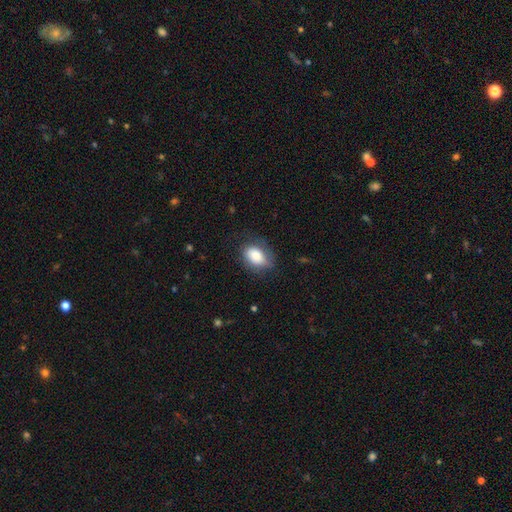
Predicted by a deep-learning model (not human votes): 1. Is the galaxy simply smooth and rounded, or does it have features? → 82% smooth, 11% featured or disk, 7% star or artifact.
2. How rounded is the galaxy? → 85% in between, 13% round, 2% cigar-shaped.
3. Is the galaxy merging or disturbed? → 62% none, 26% minor disturbance, 10% major disturbance, 1% merger.